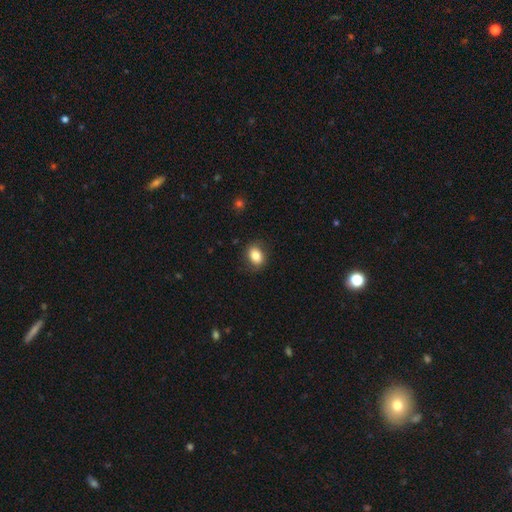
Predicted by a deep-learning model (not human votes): Overall: smooth (82%). How rounded: in between (69%; round 30%). Merging: none (83%).